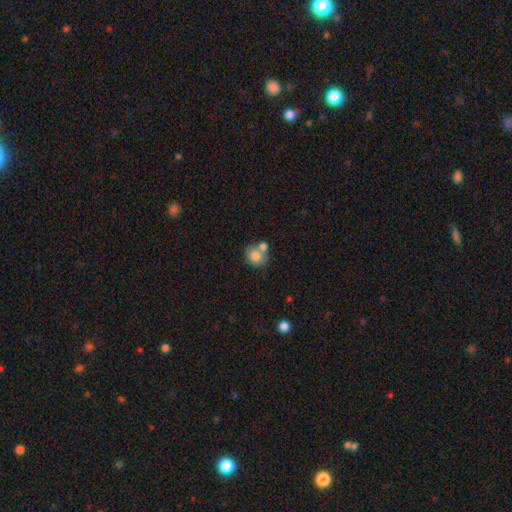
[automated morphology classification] type=smooth (79%); roundness=round (75%); merging=none (51%).